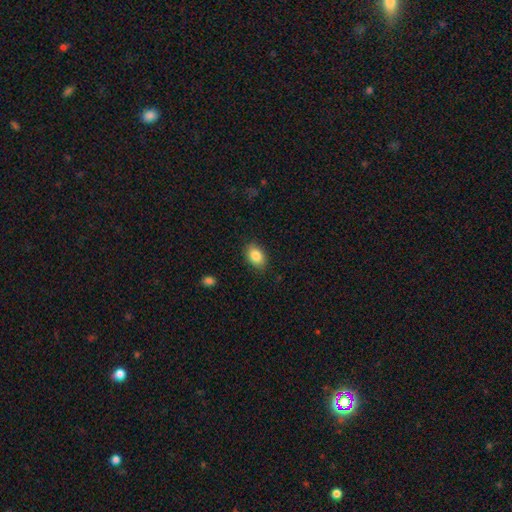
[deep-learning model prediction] A smooth galaxy with no disk features (86%) that is in between round and cigar-shaped (84%).

Vote fractions:
- Smooth or featured? smooth: 86% / star or artifact: 8% / featured or disk: 7%
- How rounded? in between: 84% / round: 14% / cigar-shaped: 1%
- Merging? none: 86% / minor disturbance: 11% / major disturbance: 3% / merger: 1%